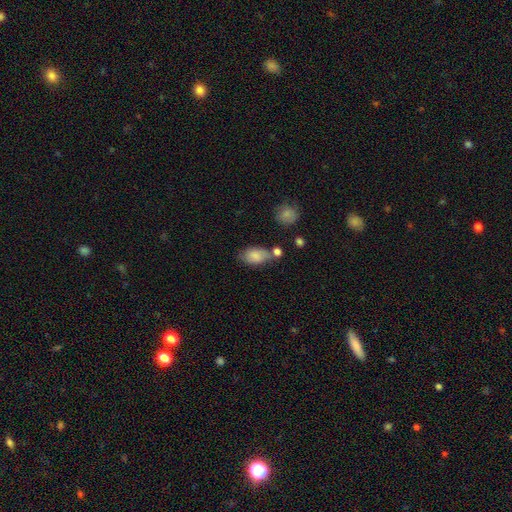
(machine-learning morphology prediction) Smooth or featured: smooth — 80% (featured or disk — 12%)
How rounded: in between — 90% (round — 8%)
Merging: none — 53% (minor disturbance — 23%)